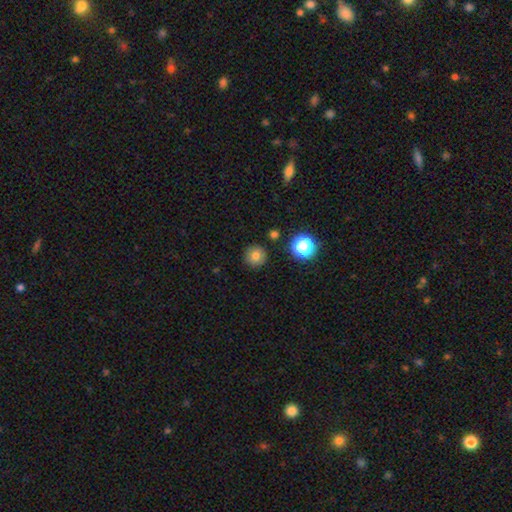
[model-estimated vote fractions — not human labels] A smooth galaxy with no disk features (77%) that is round (95%).

Vote fractions:
- Smooth or featured? smooth: 77% / star or artifact: 14% / featured or disk: 9%
- How rounded? round: 95% / in between: 4% / cigar-shaped: 1%
- Merging? none: 89% / minor disturbance: 7% / merger: 2% / major disturbance: 2%